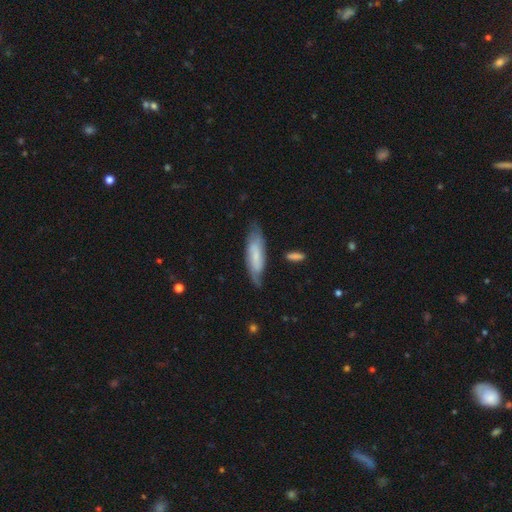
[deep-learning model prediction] Morphology: type=featured or disk (52%); edge-on=no (75%); merging=none (67%).